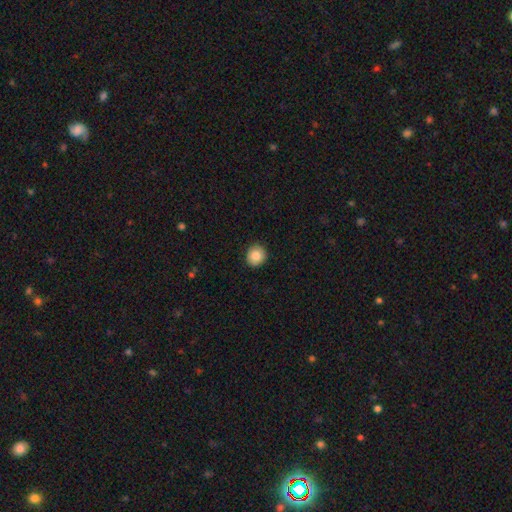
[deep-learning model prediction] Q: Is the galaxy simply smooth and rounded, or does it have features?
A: smooth — 85%.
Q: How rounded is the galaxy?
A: round — 89%.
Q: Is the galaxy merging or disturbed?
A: none — 90%.